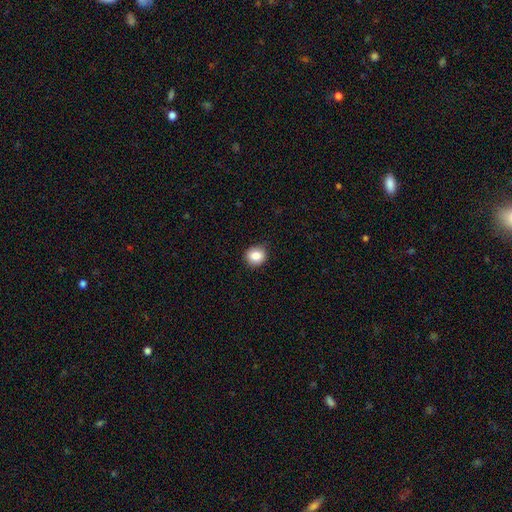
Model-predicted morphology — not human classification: A smooth galaxy with no disk features (85%) that is round (83%). Merging: none (88%).